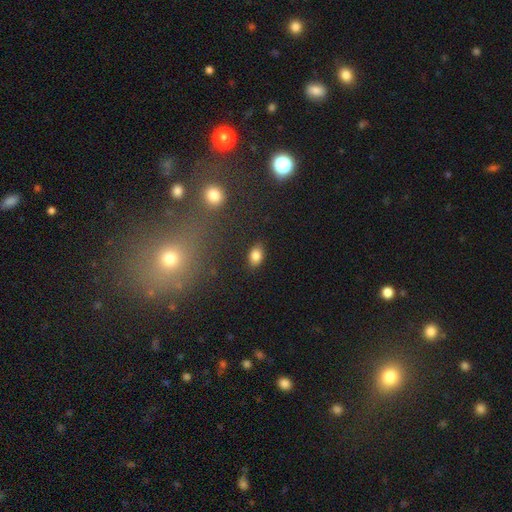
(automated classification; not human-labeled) Overall: smooth (84%). How rounded: in between (83%). Merging: none (86%).